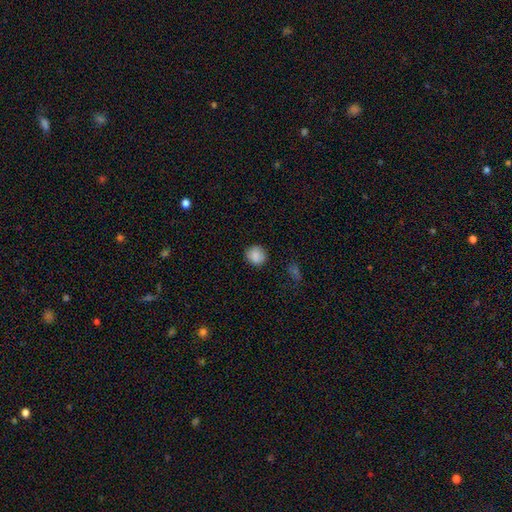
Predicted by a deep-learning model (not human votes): Smooth or featured? Predicted: smooth (p=0.88). How rounded? Predicted: round (p=0.87). Merging? Predicted: none (p=0.87).